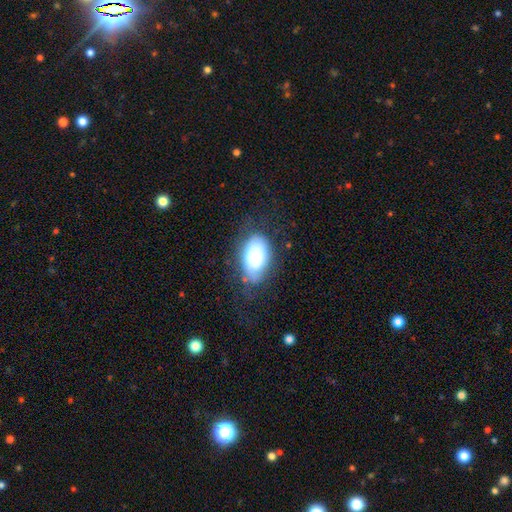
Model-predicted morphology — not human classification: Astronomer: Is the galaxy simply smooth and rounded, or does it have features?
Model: smooth — 67%.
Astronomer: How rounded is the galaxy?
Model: in between — 92%.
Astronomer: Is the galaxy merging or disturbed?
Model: none — 59%.